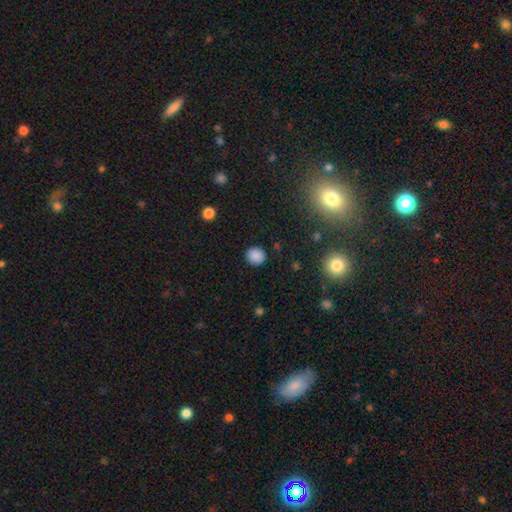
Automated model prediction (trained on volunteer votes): The model was most divided on "smooth or featured": smooth: 86%, star or artifact: 11%, featured or disk: 3%. More confident: how rounded — round (91%); merging — none (90%).